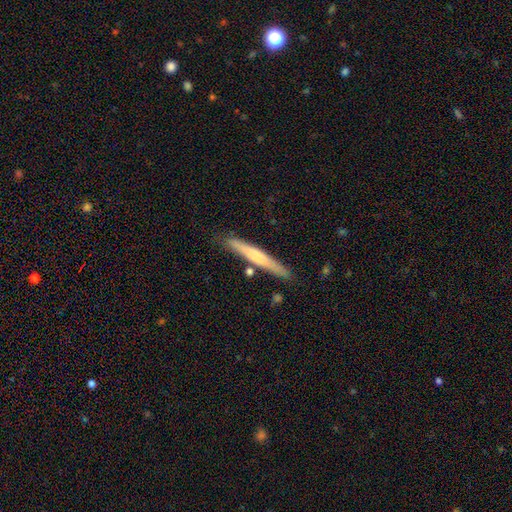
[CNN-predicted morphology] A smooth galaxy with no disk features (59%) that is cigar-shaped (95%). Merging: none (81%).